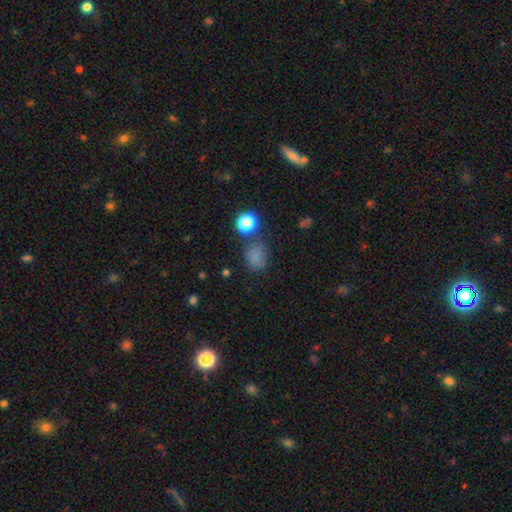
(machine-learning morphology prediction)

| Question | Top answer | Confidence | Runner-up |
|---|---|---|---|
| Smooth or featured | smooth | 74% | star or artifact (20%) |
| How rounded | round | 52% | in between (47%) |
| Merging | none | 62% | minor disturbance (20%) |